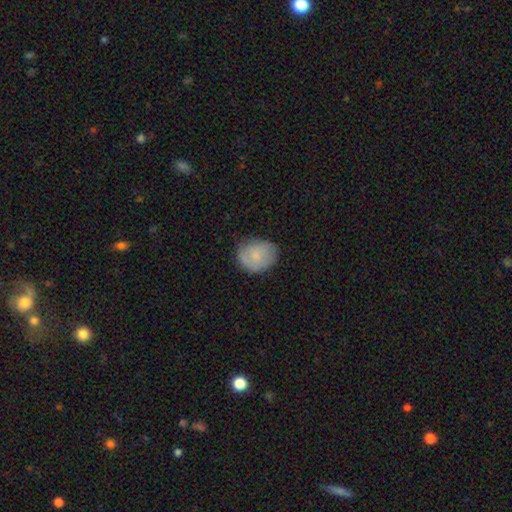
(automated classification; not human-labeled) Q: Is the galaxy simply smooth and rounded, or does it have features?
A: smooth — 69%.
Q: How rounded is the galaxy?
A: round — 54%.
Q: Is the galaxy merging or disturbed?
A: none — 70%.